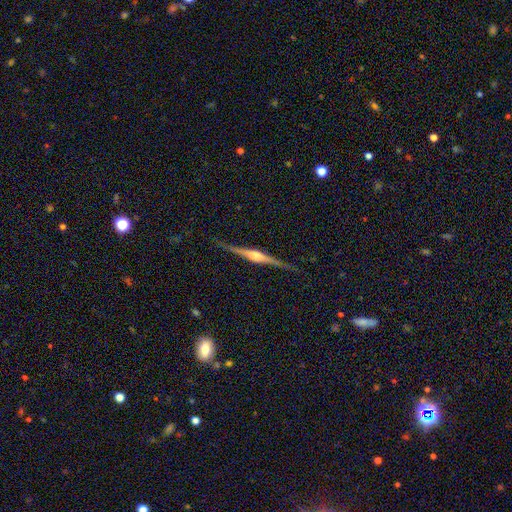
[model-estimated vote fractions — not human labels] Q: Smooth or featured?
A: featured or disk (84%); runner-up: smooth (11%)
Q: Edge-on disk?
A: yes (98%); runner-up: no (2%)
Q: Edge-on bulge?
A: rounded (81%); runner-up: boxy (14%)
Q: Merging?
A: none (86%); runner-up: minor disturbance (10%)